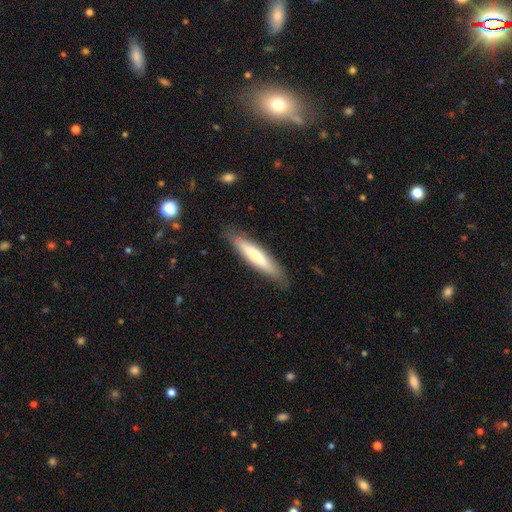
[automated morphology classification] smooth-or-featured: smooth: 67% | featured or disk: 28% | star or artifact: 5%
  how-rounded: cigar-shaped: 85% | in between: 14% | round: 1%
  merging: none: 84% | minor disturbance: 12% | major disturbance: 3% | merger: 1%